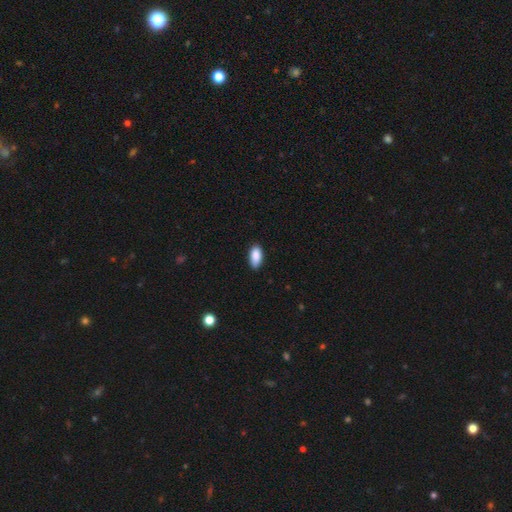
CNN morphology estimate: smooth 89%, star or artifact 7%, featured or disk 4%. Down the decision tree: how rounded — in between (92%); merging — none (84%).